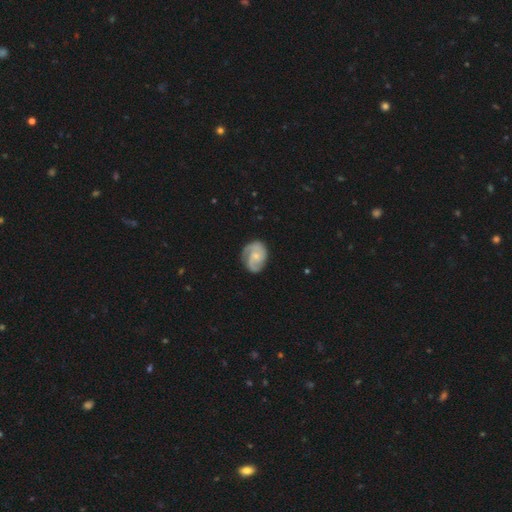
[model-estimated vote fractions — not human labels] Morphology: type=featured or disk (79%); edge-on=no (98%); bar=no (67%); spiral arms=yes (95%); winding=medium (45%); arm count=2 (63%); bulge=small (62%); merging=none (71%).